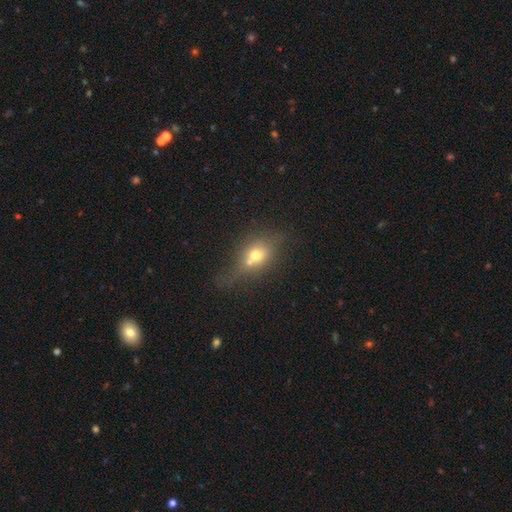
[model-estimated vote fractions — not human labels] Overall: smooth (59%; featured or disk 27%). How rounded: in between (52%; round 41%). Merging: merger (40%; none 36%).